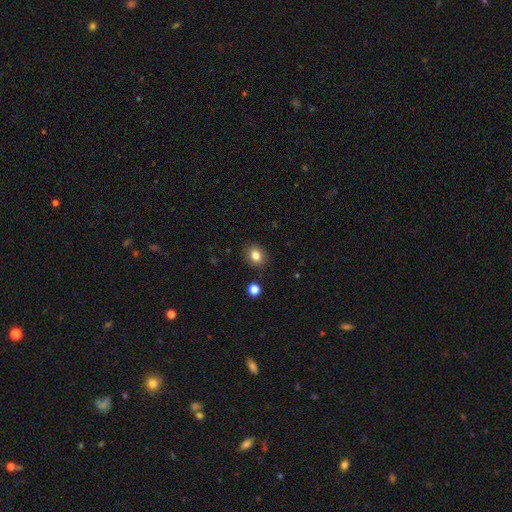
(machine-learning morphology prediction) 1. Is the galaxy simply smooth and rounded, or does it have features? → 82% smooth, 11% star or artifact, 7% featured or disk.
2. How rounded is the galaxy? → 59% round, 40% in between, 1% cigar-shaped.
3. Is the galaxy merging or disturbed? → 87% none, 9% minor disturbance, 2% major disturbance, 2% merger.